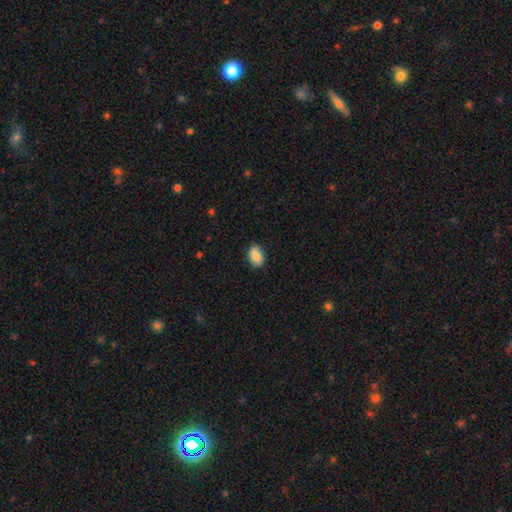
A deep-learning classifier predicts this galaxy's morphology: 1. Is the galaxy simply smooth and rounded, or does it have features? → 85% smooth, 8% featured or disk, 7% star or artifact.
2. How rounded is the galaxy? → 82% in between, 16% round, 2% cigar-shaped.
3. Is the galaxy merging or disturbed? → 86% none, 11% minor disturbance, 2% major disturbance, 1% merger.